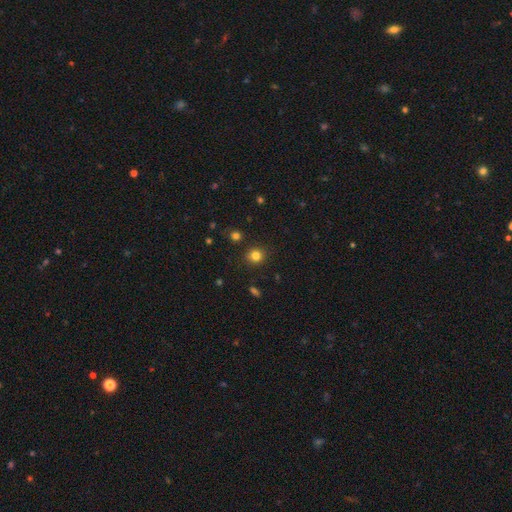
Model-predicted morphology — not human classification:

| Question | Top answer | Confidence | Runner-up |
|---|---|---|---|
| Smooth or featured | smooth | 81% | star or artifact (14%) |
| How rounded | round | 86% | in between (13%) |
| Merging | none | 89% | minor disturbance (7%) |